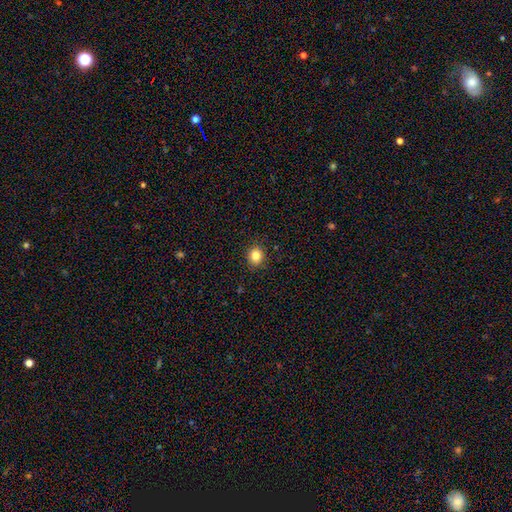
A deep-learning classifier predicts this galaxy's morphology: Smooth or featured? smooth (84%)
How rounded? round (77%)
Merging? none (90%)